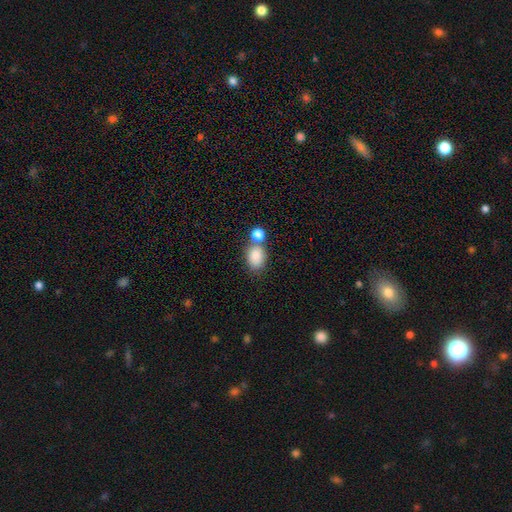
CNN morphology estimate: smooth_or_featured: smooth (p=0.84) [alt: star or artifact p=0.10]
how_rounded: in between (p=0.73) [alt: round p=0.26]
merging: none (p=0.56) [alt: merger p=0.27]